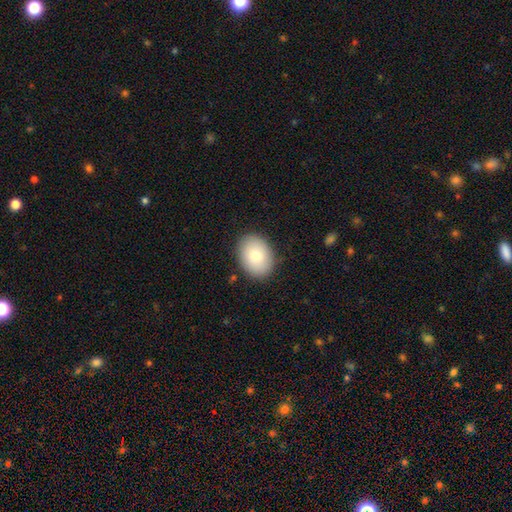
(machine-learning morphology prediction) A smooth galaxy with no disk features (78%) that is in between round and cigar-shaped (71%).

Vote fractions:
- Smooth or featured? smooth: 78% / featured or disk: 15% / star or artifact: 7%
- How rounded? in between: 71% / round: 28% / cigar-shaped: 1%
- Merging? none: 87% / minor disturbance: 10% / major disturbance: 2% / merger: 1%